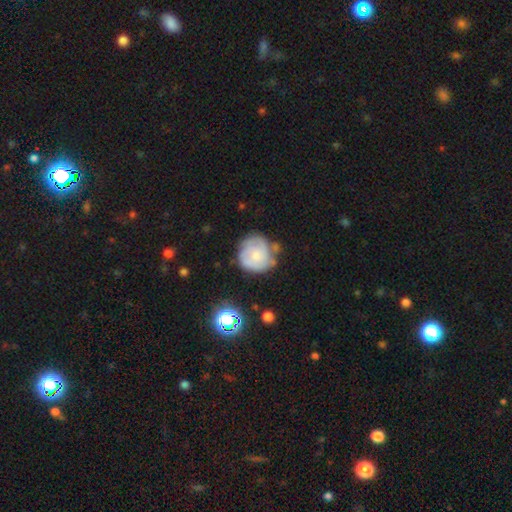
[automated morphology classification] Overall: featured or disk (48%; smooth 44%). Merging: none (59%; minor disturbance 26%).